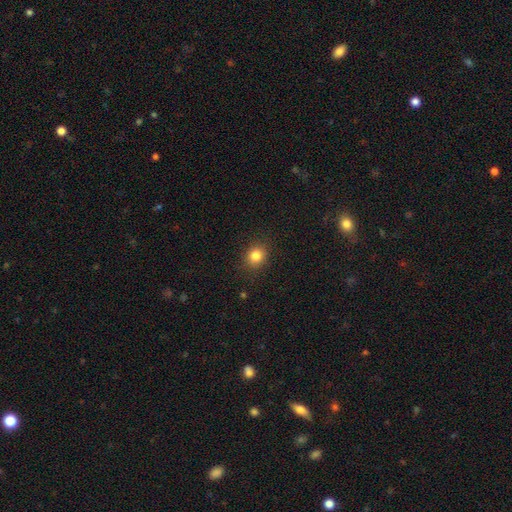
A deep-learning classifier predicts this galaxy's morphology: A smooth galaxy with no disk features (83%) that is round (75%).

Vote fractions:
- Smooth or featured? smooth: 83% / star or artifact: 12% / featured or disk: 6%
- How rounded? round: 75% / in between: 24% / cigar-shaped: 1%
- Merging? none: 89% / minor disturbance: 8% / major disturbance: 2% / merger: 1%